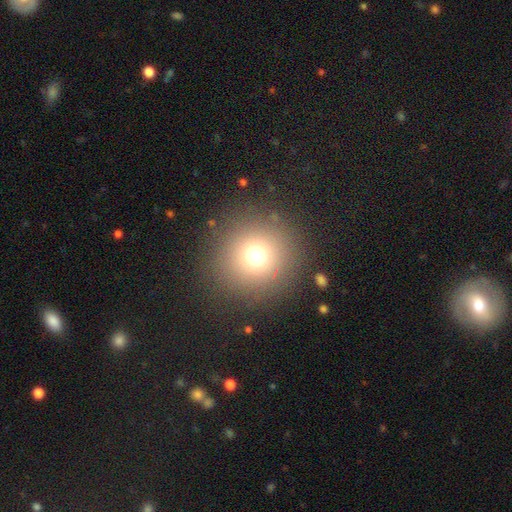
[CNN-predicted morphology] A smooth galaxy with no disk features (73%) that is round (94%).

Vote fractions:
- Smooth or featured? smooth: 73% / star or artifact: 17% / featured or disk: 10%
- How rounded? round: 94% / in between: 5% / cigar-shaped: 1%
- Merging? none: 88% / minor disturbance: 7% / major disturbance: 4% / merger: 2%